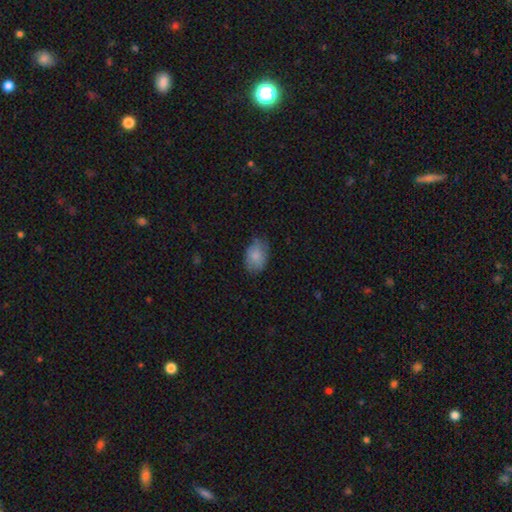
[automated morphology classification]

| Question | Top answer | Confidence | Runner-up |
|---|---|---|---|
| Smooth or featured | smooth | 82% | featured or disk (10%) |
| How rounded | in between | 81% | round (17%) |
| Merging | none | 66% | minor disturbance (26%) |